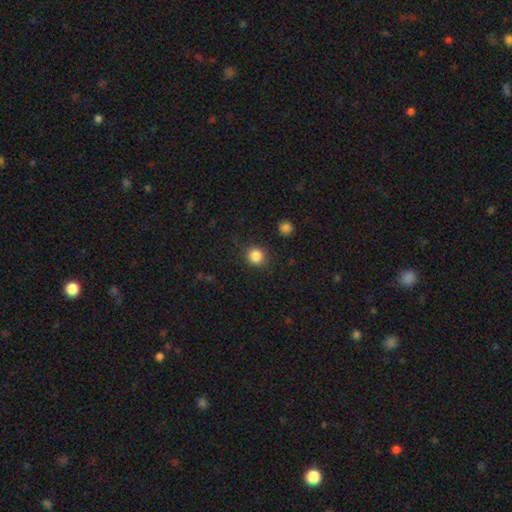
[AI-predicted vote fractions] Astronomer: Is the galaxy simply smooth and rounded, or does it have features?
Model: smooth — 85%.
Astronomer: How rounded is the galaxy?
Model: round — 89%.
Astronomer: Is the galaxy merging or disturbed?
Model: none — 88%.